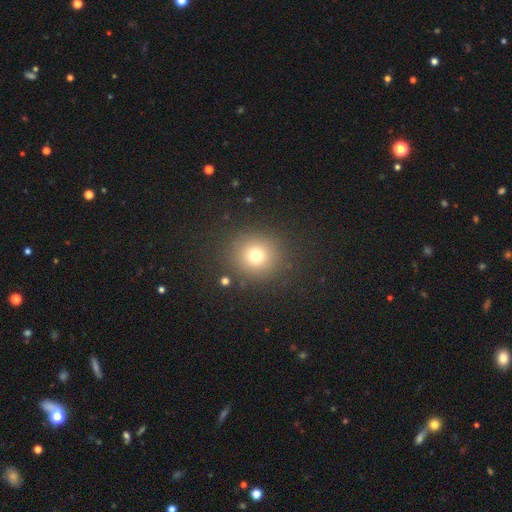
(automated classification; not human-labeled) The model was most divided on "smooth or featured": smooth: 73%, star or artifact: 17%, featured or disk: 10%. More confident: how rounded — round (91%); merging — none (88%).